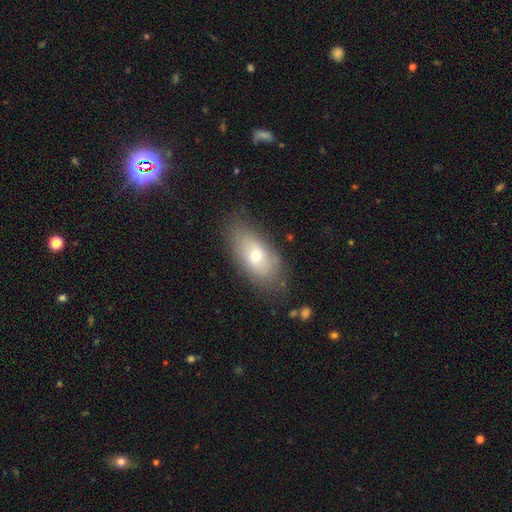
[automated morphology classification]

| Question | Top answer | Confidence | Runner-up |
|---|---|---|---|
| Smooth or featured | smooth | 65% | featured or disk (26%) |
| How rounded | in between | 87% | cigar-shaped (8%) |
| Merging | none | 75% | minor disturbance (18%) |